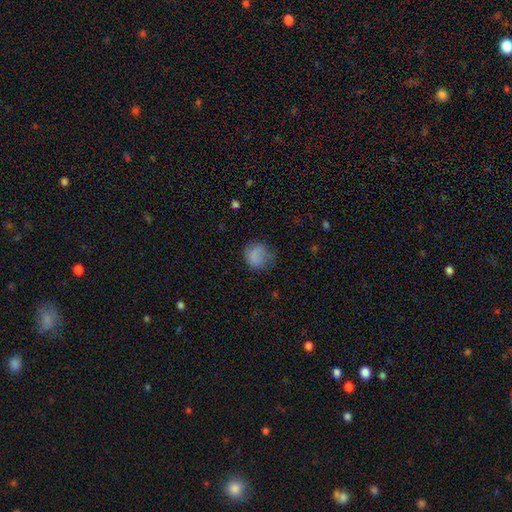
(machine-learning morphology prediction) Q: Smooth or featured?
A: smooth (80%); runner-up: star or artifact (10%)
Q: How rounded?
A: round (79%); runner-up: in between (20%)
Q: Merging?
A: none (59%); runner-up: minor disturbance (27%)